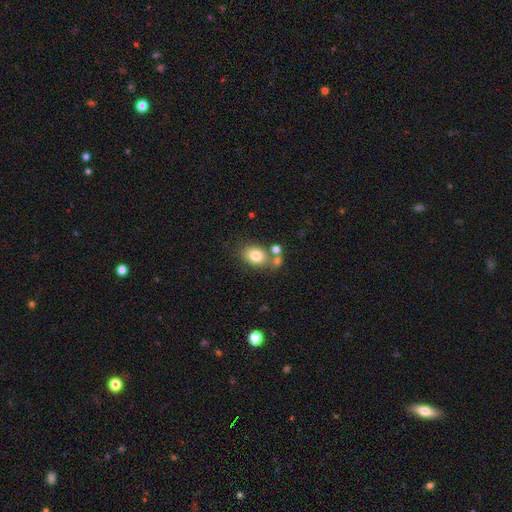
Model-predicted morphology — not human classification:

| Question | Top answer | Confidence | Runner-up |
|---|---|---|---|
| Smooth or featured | smooth | 78% | featured or disk (12%) |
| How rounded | in between | 68% | round (30%) |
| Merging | none | 63% | merger (18%) |